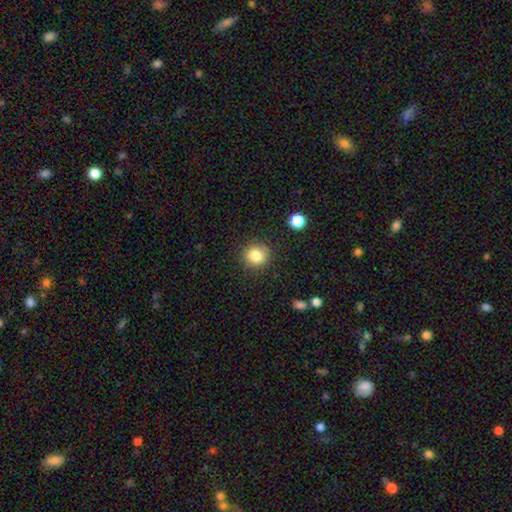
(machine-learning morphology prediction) Smooth or featured?
  - smooth: 83% *
  - star or artifact: 11%
  - featured or disk: 6%
How rounded?
  - round: 90% *
  - in between: 9%
  - cigar-shaped: 1%
Merging?
  - none: 88% *
  - minor disturbance: 8%
  - major disturbance: 3%
  - merger: 2%